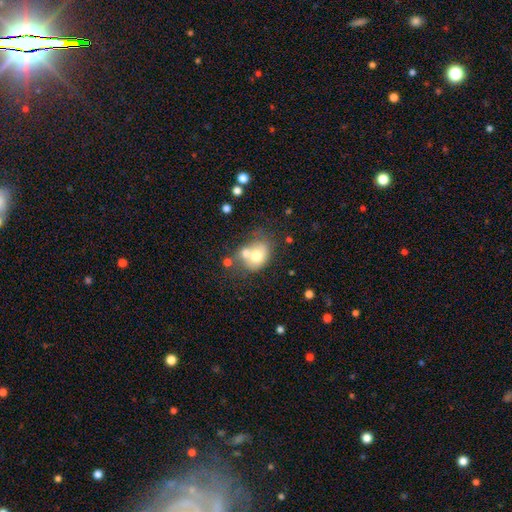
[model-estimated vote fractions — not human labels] This appears to be a smooth galaxy with no disk features (65%) that is in between round and cigar-shaped (58%). Merging: merger (48%).